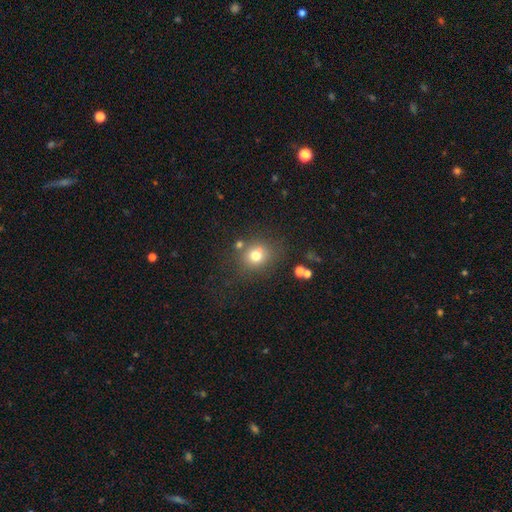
smooth 76%, featured or disk 16%, star or artifact 8%. Down the decision tree: how rounded — round (89%); merging — none (65%).